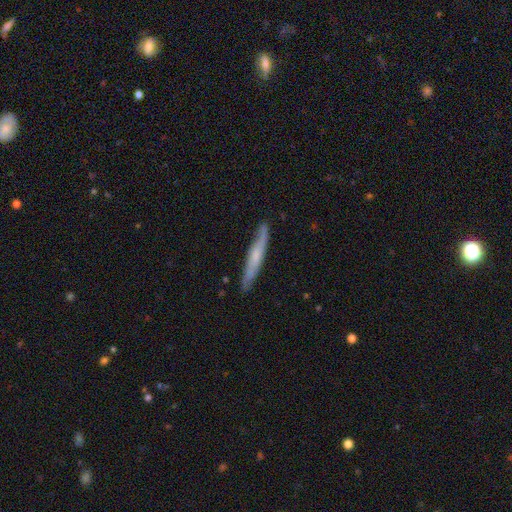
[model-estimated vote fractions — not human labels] A featured or disk galaxy (50%) viewed edge-on (84%).

Vote fractions:
- Smooth or featured? featured or disk: 50% / smooth: 44% / star or artifact: 6%
- Edge-on disk? yes: 84% / no: 16%
- Merging? none: 84% / minor disturbance: 12% / major disturbance: 2% / merger: 1%